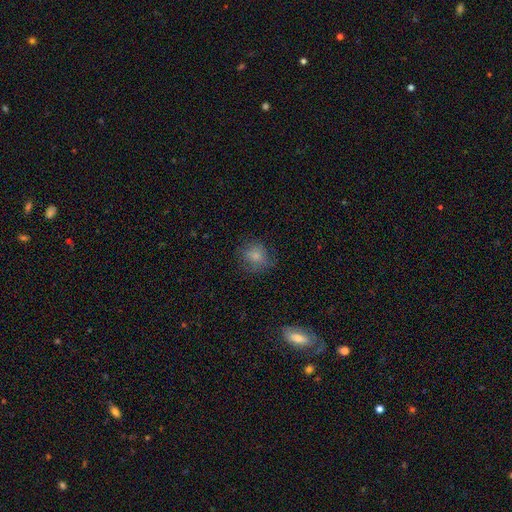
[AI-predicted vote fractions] Q: Smooth or featured?
A: smooth (79%); runner-up: star or artifact (11%)
Q: How rounded?
A: round (83%); runner-up: in between (16%)
Q: Merging?
A: none (74%); runner-up: minor disturbance (18%)